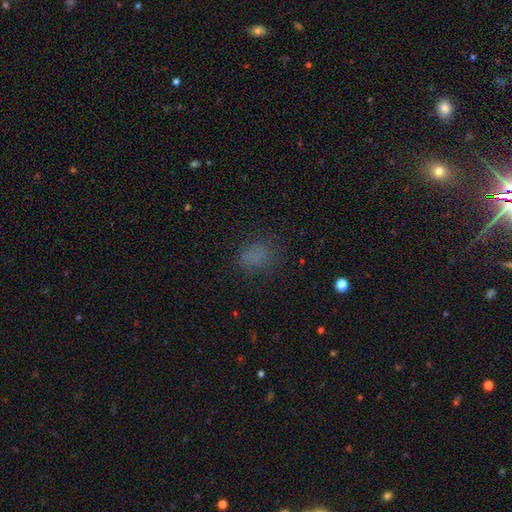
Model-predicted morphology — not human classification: A smooth galaxy with no disk features (73%) that is in between round and cigar-shaped (62%). Merging: none (74%).